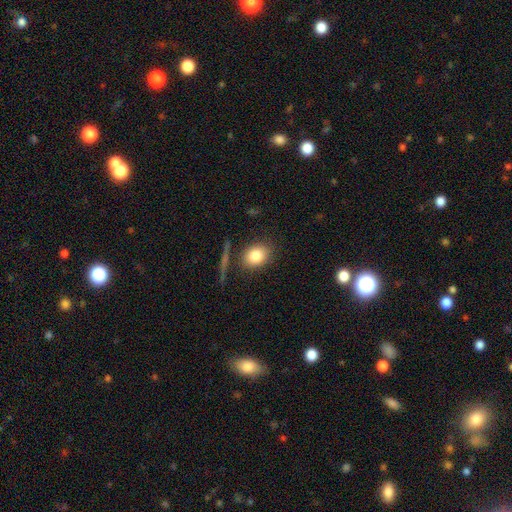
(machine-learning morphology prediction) A smooth galaxy with no disk features (82%) that is in between round and cigar-shaped (52%).

Vote fractions:
- Smooth or featured? smooth: 82% / featured or disk: 9% / star or artifact: 9%
- How rounded? in between: 52% / round: 47% / cigar-shaped: 2%
- Merging? none: 79% / minor disturbance: 12% / major disturbance: 5% / merger: 4%